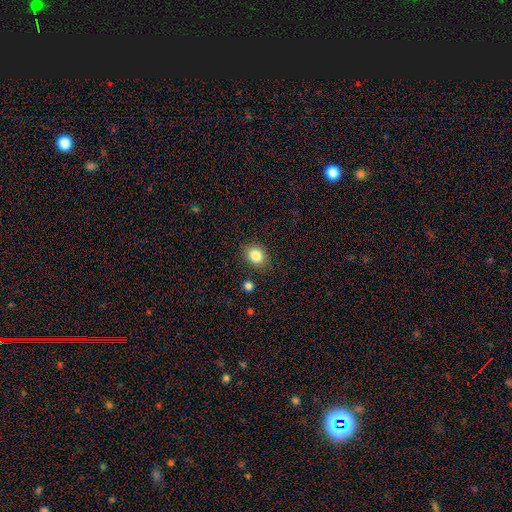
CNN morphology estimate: smooth 85%, star or artifact 10%, featured or disk 6%. Down the decision tree: how rounded — round (58%); merging — none (85%).